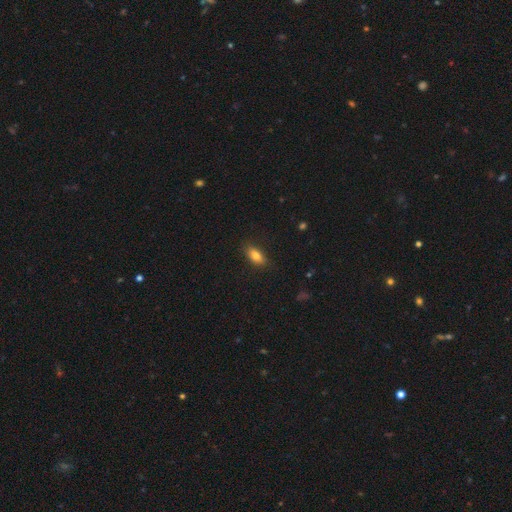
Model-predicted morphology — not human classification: This is clearly a smooth galaxy (82%). How rounded: clearly in between (85%). Merging: clearly none (85%).